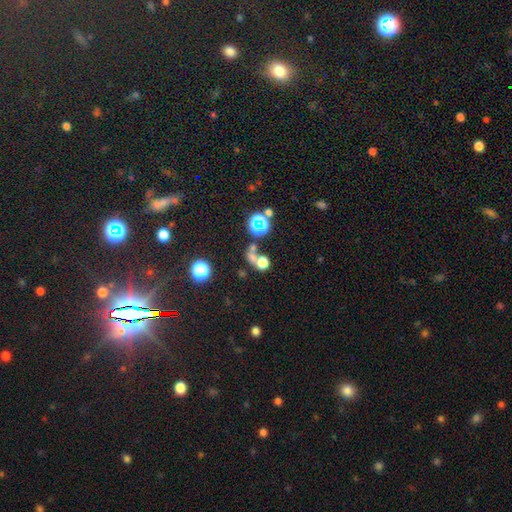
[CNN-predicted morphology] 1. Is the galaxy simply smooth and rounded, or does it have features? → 58% smooth, 28% star or artifact, 14% featured or disk.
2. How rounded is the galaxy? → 77% round, 21% in between, 2% cigar-shaped.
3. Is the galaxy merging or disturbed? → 46% merger, 38% none, 9% major disturbance, 8% minor disturbance.